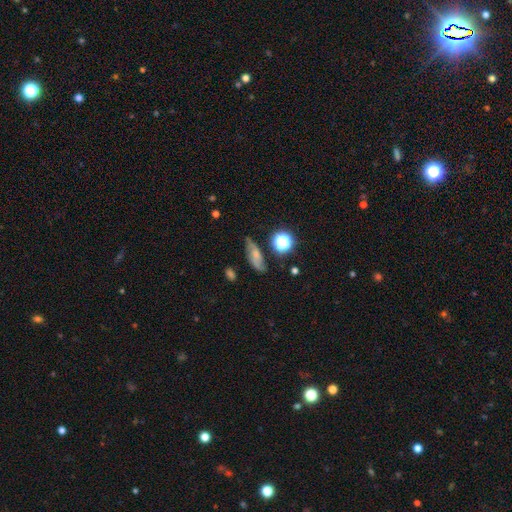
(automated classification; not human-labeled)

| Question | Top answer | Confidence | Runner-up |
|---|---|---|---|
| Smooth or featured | smooth | 47% | featured or disk (39%) |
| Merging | none | 70% | minor disturbance (21%) |